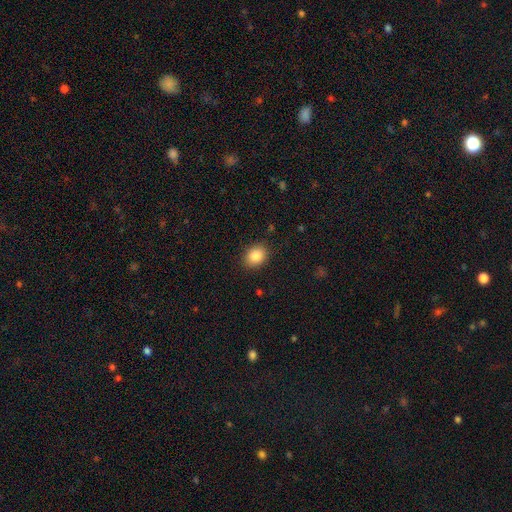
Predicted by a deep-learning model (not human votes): Smooth or featured: smooth — 87% (star or artifact — 9%)
How rounded: in between — 57% (round — 42%)
Merging: none — 87% (minor disturbance — 9%)